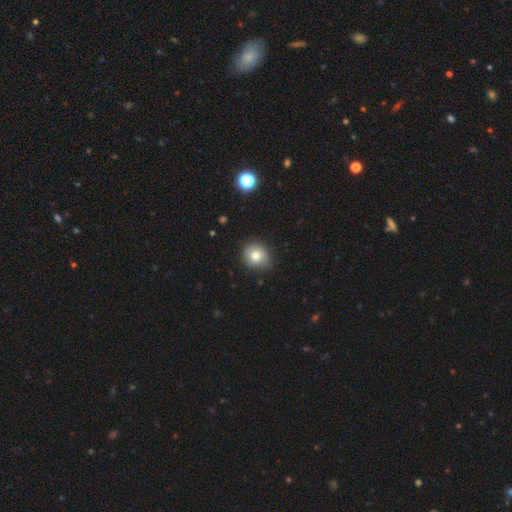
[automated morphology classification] Smooth or featured?
  - smooth: 77% *
  - featured or disk: 13%
  - star or artifact: 11%
How rounded?
  - round: 84% *
  - in between: 15%
  - cigar-shaped: 1%
Merging?
  - none: 78% *
  - minor disturbance: 18%
  - major disturbance: 3%
  - merger: 1%